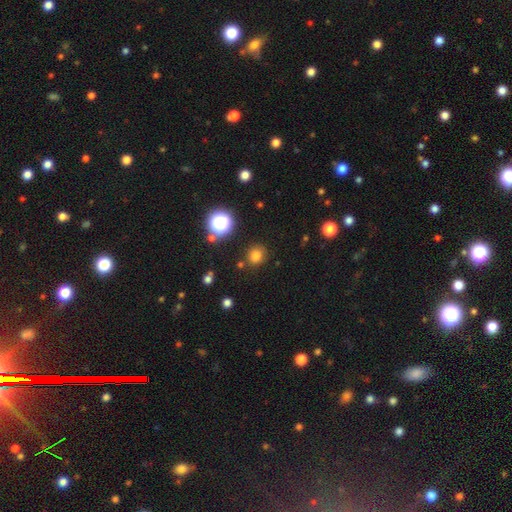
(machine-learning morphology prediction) Smooth or featured: smooth — 76% (star or artifact — 19%)
How rounded: round — 84% (in between — 15%)
Merging: none — 85% (minor disturbance — 9%)